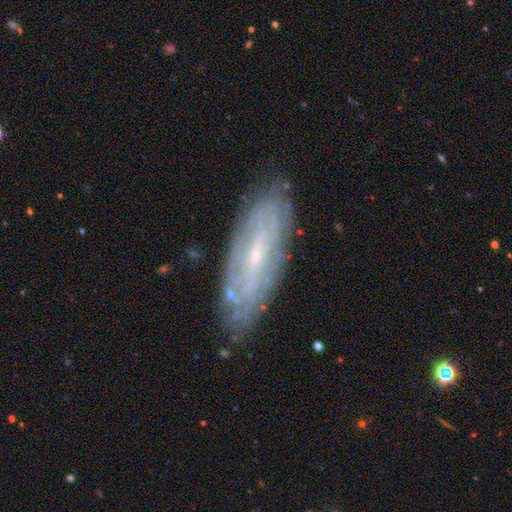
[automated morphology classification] This appears to be a featured or disk galaxy (76%) with a weak bar (42%), spiral arms (79%) and a small central bulge (74%). Merging: none (81%).